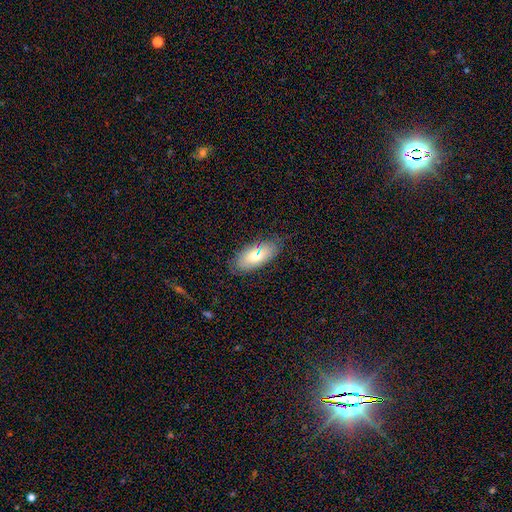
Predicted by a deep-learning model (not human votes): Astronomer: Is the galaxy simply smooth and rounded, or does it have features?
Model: smooth — 71%.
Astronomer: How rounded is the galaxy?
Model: in between — 86%.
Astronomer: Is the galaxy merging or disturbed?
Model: none — 79%.